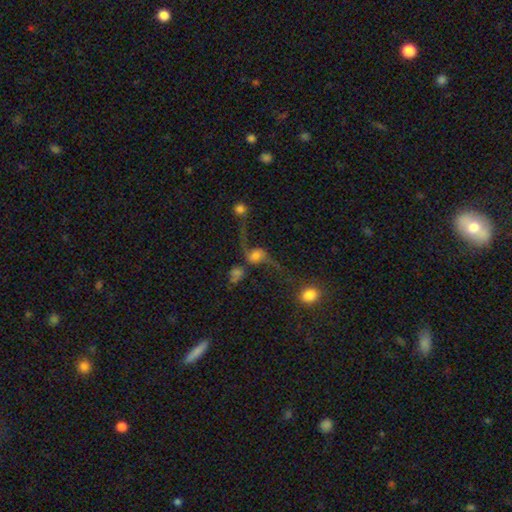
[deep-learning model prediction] The model was most divided on "merging": none: 33%, merger: 30%, major disturbance: 25%, minor disturbance: 12%. Remaining: edge-on disk — no (92%); spiral winding — loose (91%); spiral arm count — 2 (87%); spiral arms — yes (84%); smooth or featured — featured or disk (67%); bar — no (57%); bulge size — moderate (40%).